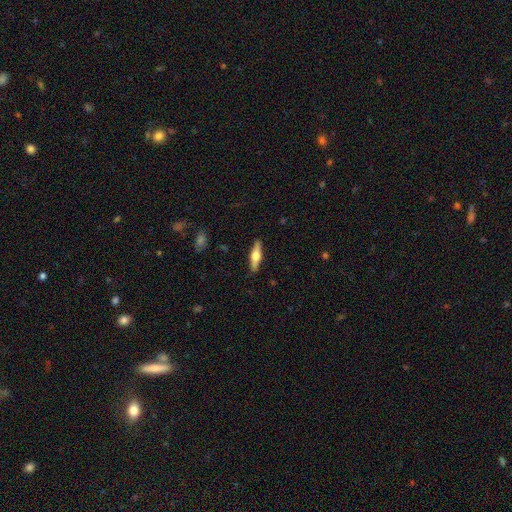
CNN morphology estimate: A featured or disk galaxy (55%) viewed edge-on (95%) with a rounded central bulge (94%). Merging: none (90%).